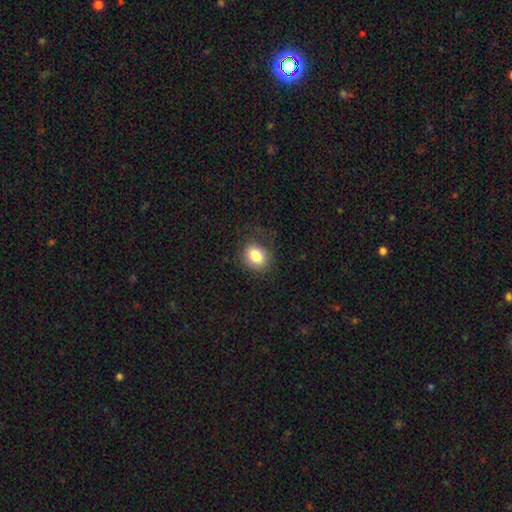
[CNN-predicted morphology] The model was most divided on "how rounded": round: 52%, in between: 47%, cigar-shaped: 1%. More confident: smooth or featured — smooth (84%); merging — none (79%).